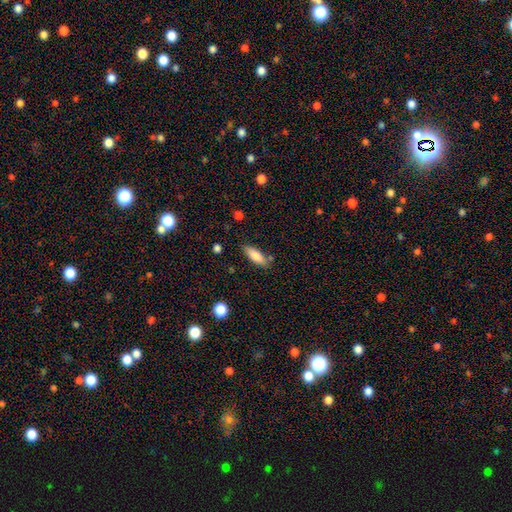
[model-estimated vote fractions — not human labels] smooth 84%, featured or disk 9%, star or artifact 7%. Down the decision tree: how rounded — in between (67%); merging — none (78%).